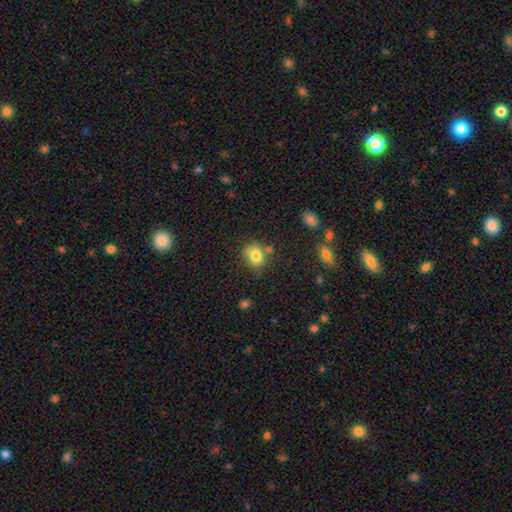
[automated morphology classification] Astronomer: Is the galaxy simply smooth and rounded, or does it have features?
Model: smooth — 79%.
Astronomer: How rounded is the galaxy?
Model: round — 56% (runner-up: in between, 43%).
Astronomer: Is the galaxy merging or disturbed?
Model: none — 67%.